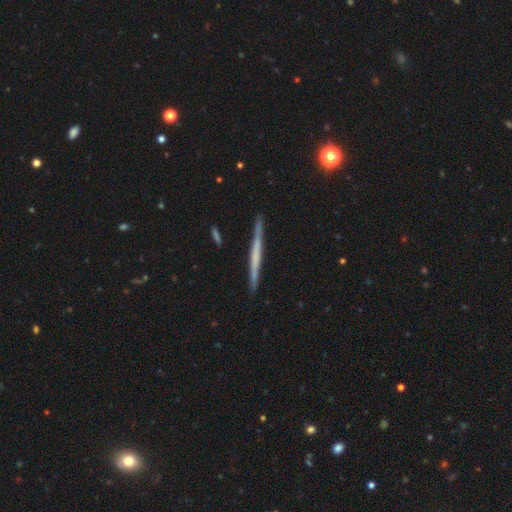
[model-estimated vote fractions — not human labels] This is possibly a featured or disk galaxy (56%). It is clearly viewed edge-on (98%). Edge-on bulge: clearly none (83%). Merging: clearly none (90%).